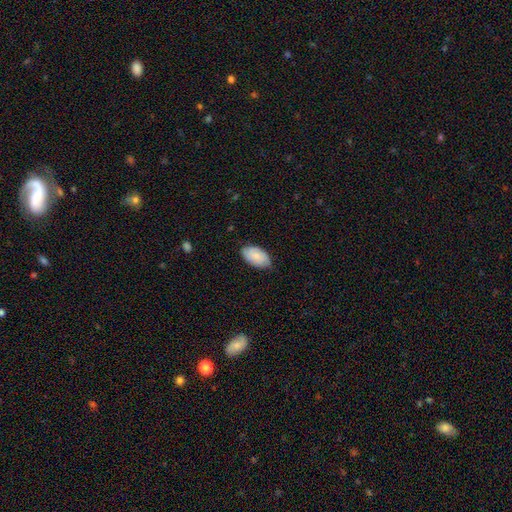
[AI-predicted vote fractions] Overall: smooth (81%). How rounded: in between (95%). Merging: none (74%).